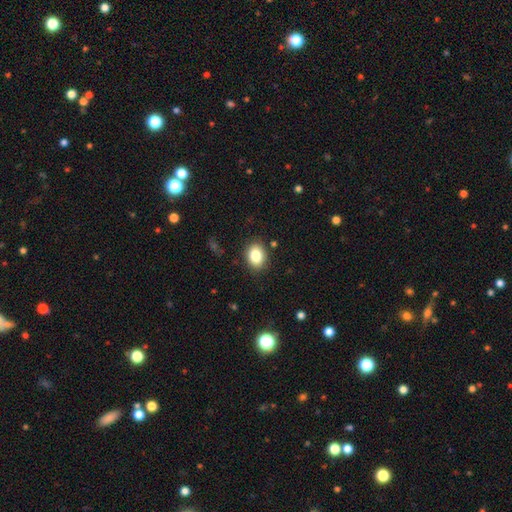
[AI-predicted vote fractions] This is clearly a smooth galaxy (84%). How rounded: likely in between (68%). Merging: clearly none (85%).